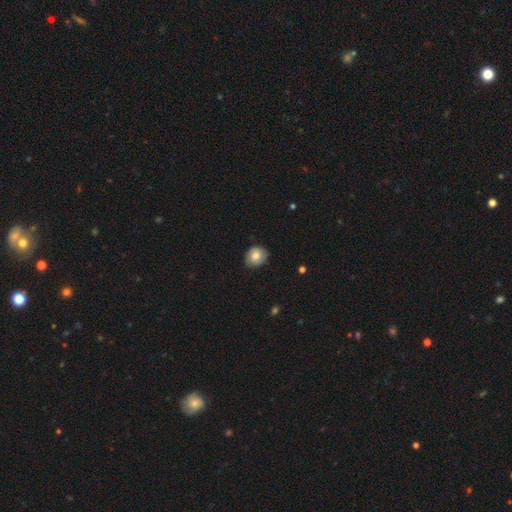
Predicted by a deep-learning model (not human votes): Morphology: type=smooth (71%); roundness=round (72%); merging=none (77%).